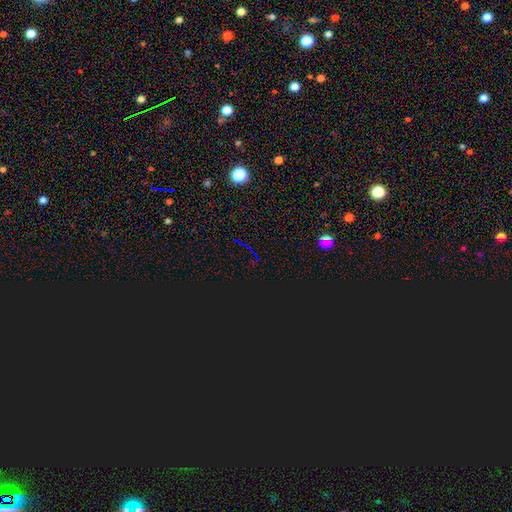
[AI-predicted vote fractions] This is clearly a star or artifact rather than a galaxy (82%).